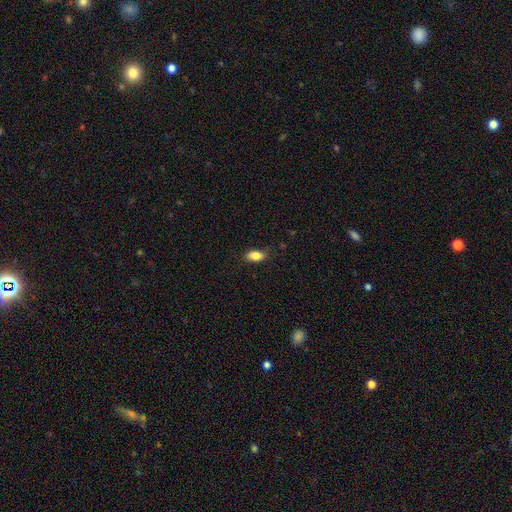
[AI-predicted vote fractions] smooth 84%, star or artifact 8%, featured or disk 8%. Down the decision tree: how rounded — in between (88%); merging — none (81%).